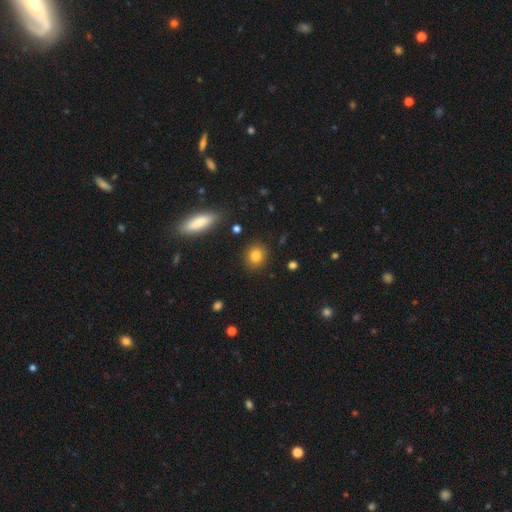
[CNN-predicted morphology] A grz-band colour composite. It shows a smooth galaxy with no disk features (83%) that is round (75%). Merging: none (88%).